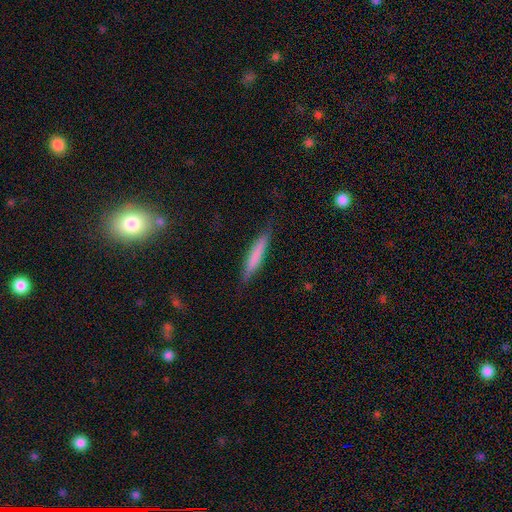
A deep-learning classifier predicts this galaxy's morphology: A smooth galaxy with no disk features (70%) that is cigar-shaped (93%). Merging: none (83%).